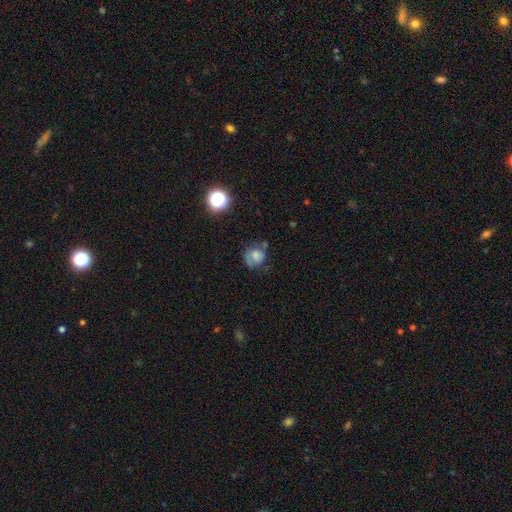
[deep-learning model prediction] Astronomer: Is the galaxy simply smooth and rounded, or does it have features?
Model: smooth — 60%.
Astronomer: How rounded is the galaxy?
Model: round — 75%.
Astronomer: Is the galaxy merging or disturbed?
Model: none — 50% (runner-up: minor disturbance, 28%).